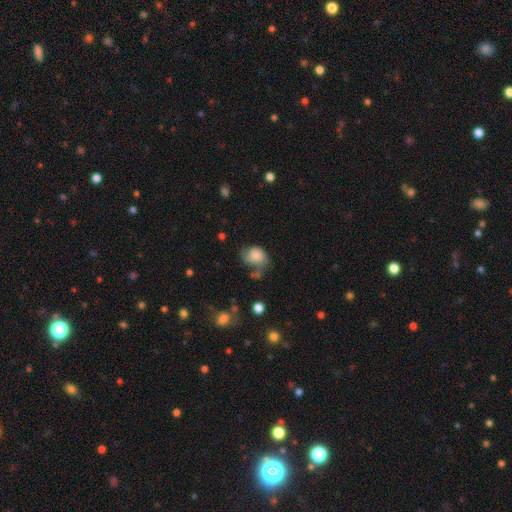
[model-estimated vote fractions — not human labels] This appears to be a smooth galaxy with no disk features (68%) that is in between round and cigar-shaped (51%). Merging: none (38%).